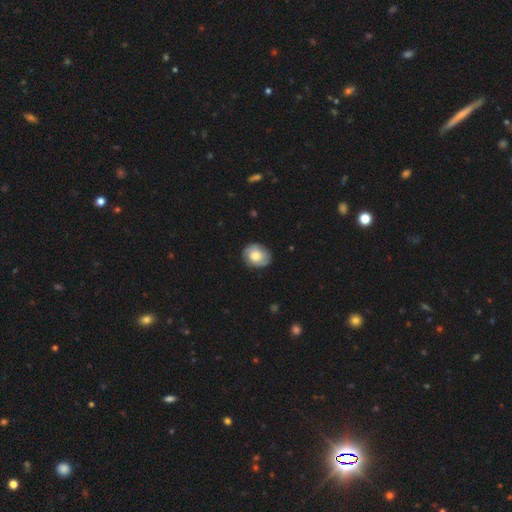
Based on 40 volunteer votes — Smooth or featured? 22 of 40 (55%) said smooth. How rounded? 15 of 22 (68%) said round. Merging? 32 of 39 (82%) said none.